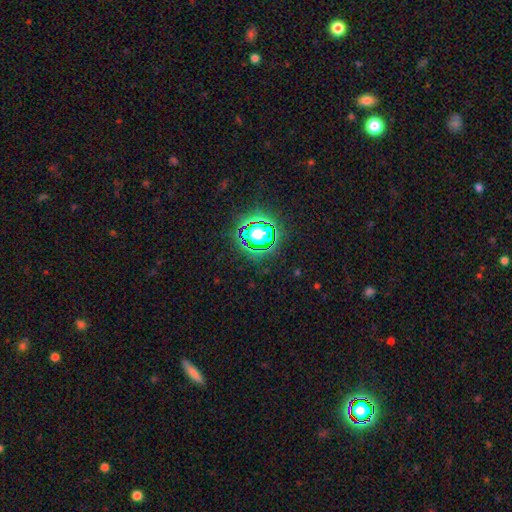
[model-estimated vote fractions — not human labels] Q: Smooth or featured?
A: star or artifact (80%); runner-up: smooth (13%)